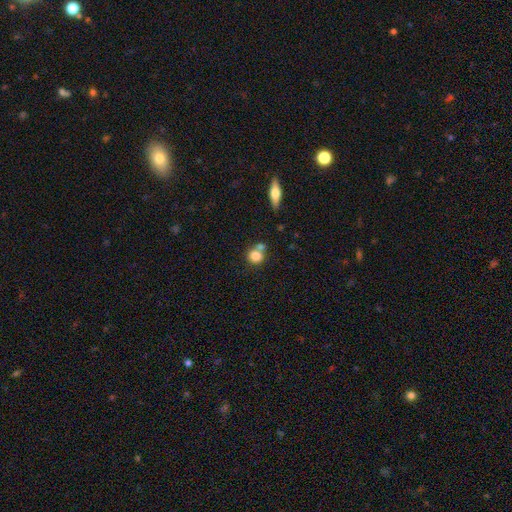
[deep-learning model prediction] A smooth galaxy with no disk features (80%) that is round (81%). Merging: none (51%).